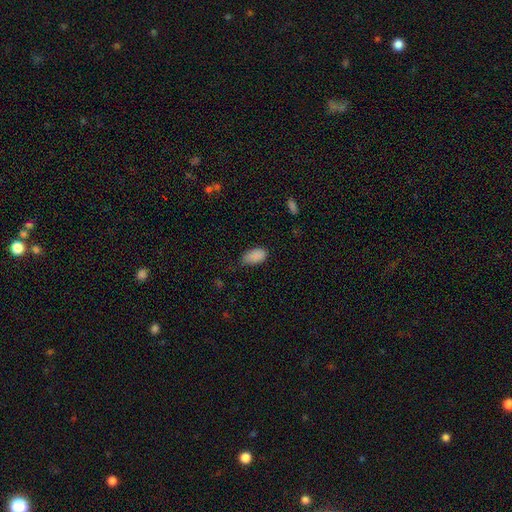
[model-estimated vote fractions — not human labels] Smooth or featured: smooth — 88% (star or artifact — 8%)
How rounded: in between — 94% (round — 4%)
Merging: none — 61% (minor disturbance — 31%)